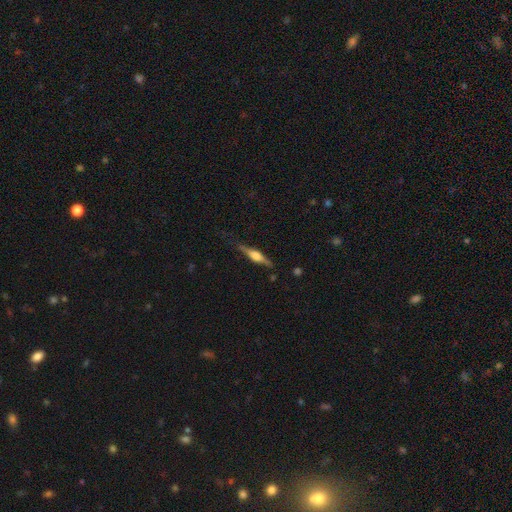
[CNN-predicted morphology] The model was most divided on "smooth or featured": featured or disk: 75%, smooth: 19%, star or artifact: 6%. More confident: edge-on disk — yes (97%); merging — none (81%); edge-on bulge — rounded (81%).